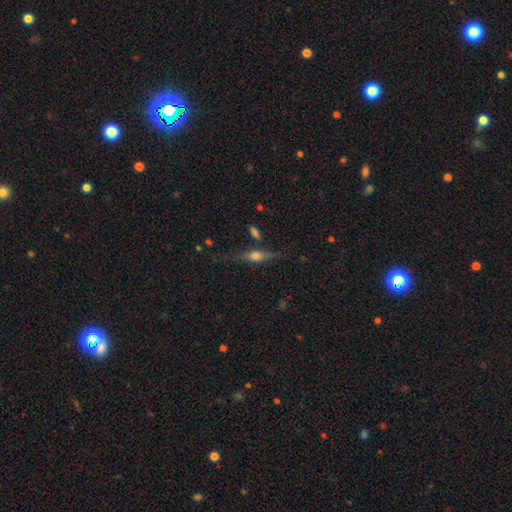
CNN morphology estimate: smooth-or-featured: featured or disk: 56% | smooth: 34% | star or artifact: 10%
  disk-edge-on: yes: 91% | no: 9%
    edge-on-bulge: rounded: 89% | boxy: 8% | none: 3%
  merging: none: 69% | minor disturbance: 18% | major disturbance: 7% | merger: 5%